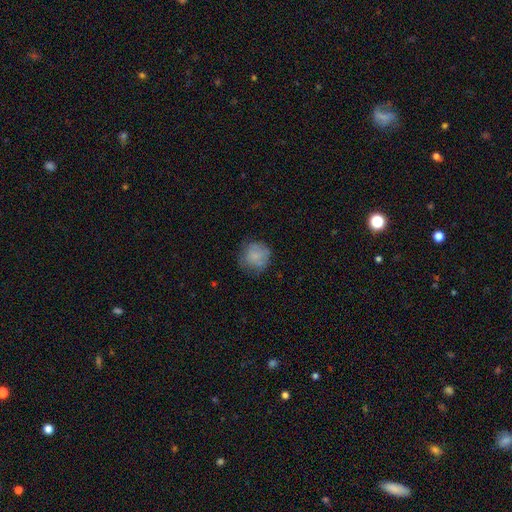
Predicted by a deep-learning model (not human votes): Smooth or featured?
  - smooth: 73% *
  - featured or disk: 18%
  - star or artifact: 9%
How rounded?
  - round: 88% *
  - in between: 11%
  - cigar-shaped: 1%
Merging?
  - none: 64% *
  - minor disturbance: 25%
  - major disturbance: 10%
  - merger: 2%